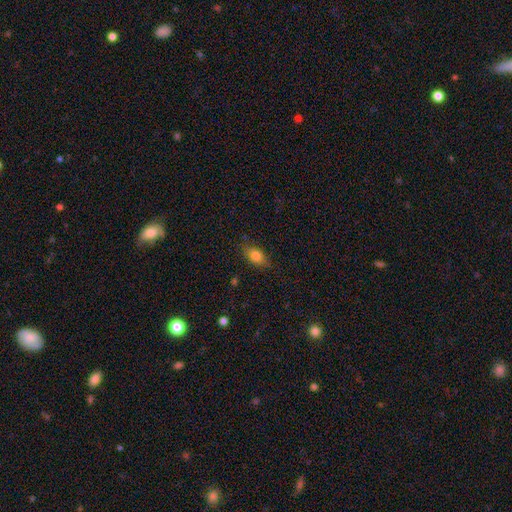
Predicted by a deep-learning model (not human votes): The model was most divided on "merging": none: 79%, minor disturbance: 16%, major disturbance: 3%, merger: 1%. More confident: how rounded — in between (81%); smooth or featured — smooth (78%).